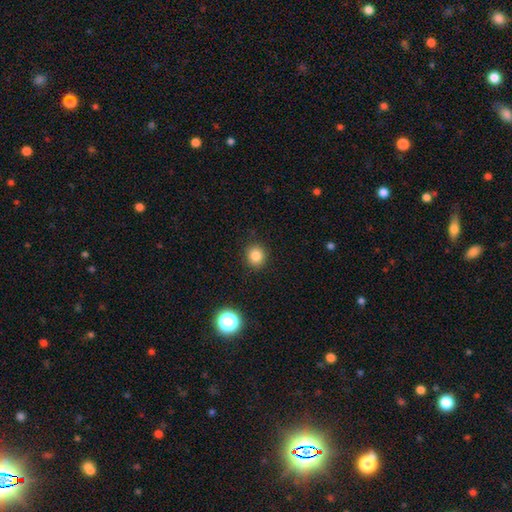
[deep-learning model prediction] Morphology: type=smooth (84%); roundness=round (85%); merging=none (90%).